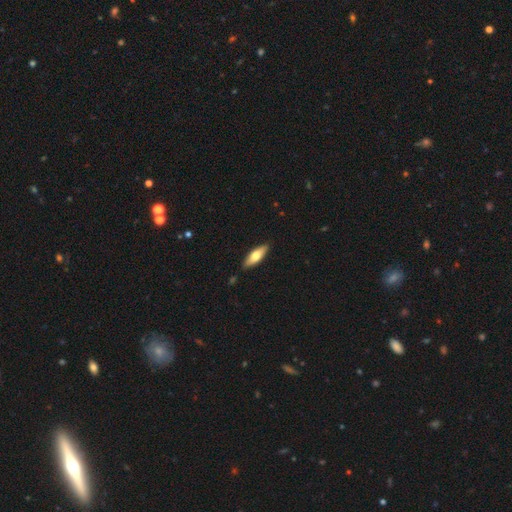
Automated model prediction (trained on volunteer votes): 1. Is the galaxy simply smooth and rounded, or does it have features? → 65% smooth, 29% featured or disk, 5% star or artifact.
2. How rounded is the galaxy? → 55% in between, 43% cigar-shaped, 2% round.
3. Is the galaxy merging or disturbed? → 87% none, 10% minor disturbance, 2% major disturbance, 1% merger.